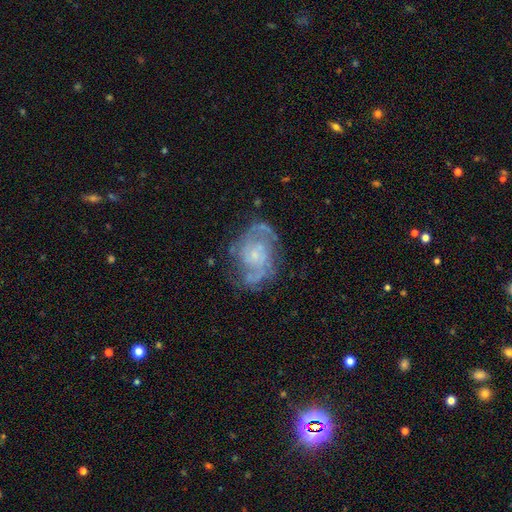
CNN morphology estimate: A featured or disk galaxy (85%) with no bar (69%), 2 (71%) medium (49%) spiral arms (93%) and a small central bulge (72%). Merging: none (67%).